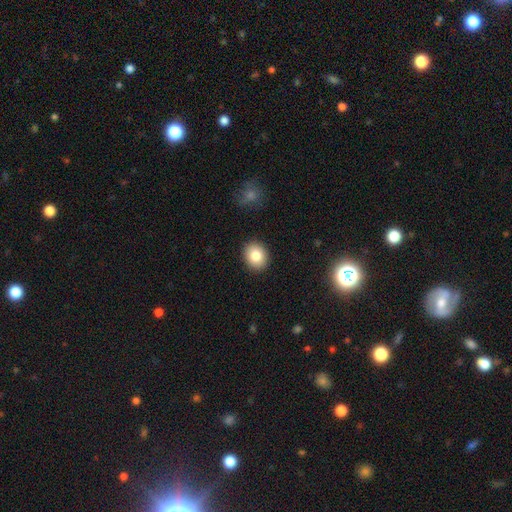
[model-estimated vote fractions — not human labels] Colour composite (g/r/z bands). It shows a smooth galaxy with no disk features (82%) that is round (65%). Merging: none (90%).